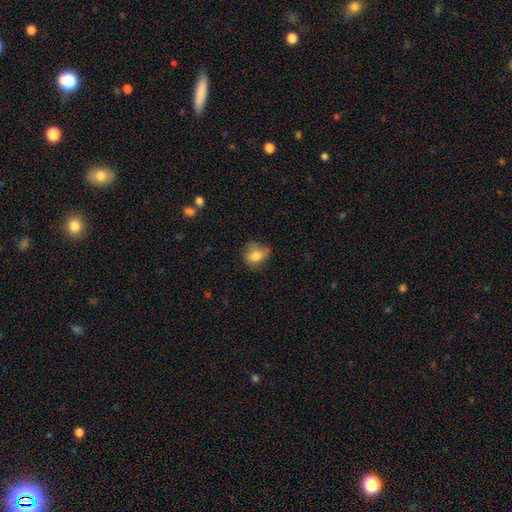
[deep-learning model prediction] The model was most divided on "how rounded": in between: 51%, round: 47%, cigar-shaped: 2%. More confident: smooth or featured — smooth (75%); merging — none (51%).